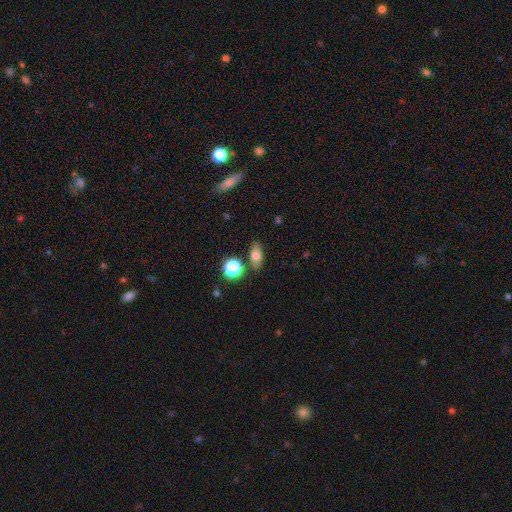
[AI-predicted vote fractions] Smooth or featured? smooth (73%)
How rounded? in between (78%)
Merging? none (81%)